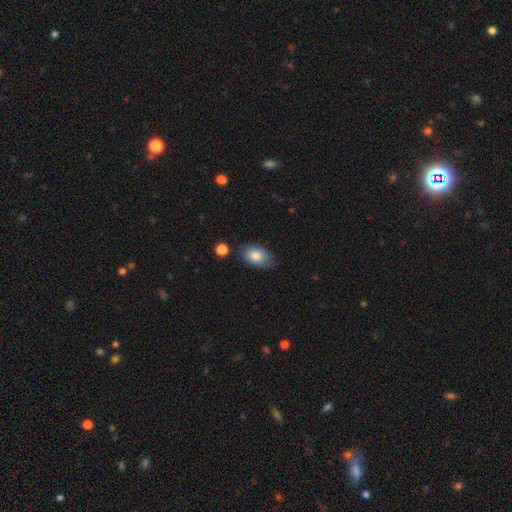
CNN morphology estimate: A smooth galaxy with no disk features (84%) that is in between round and cigar-shaped (91%).

Vote fractions:
- Smooth or featured? smooth: 84% / featured or disk: 9% / star or artifact: 7%
- How rounded? in between: 91% / round: 7% / cigar-shaped: 2%
- Merging? none: 76% / minor disturbance: 17% / major disturbance: 4% / merger: 4%